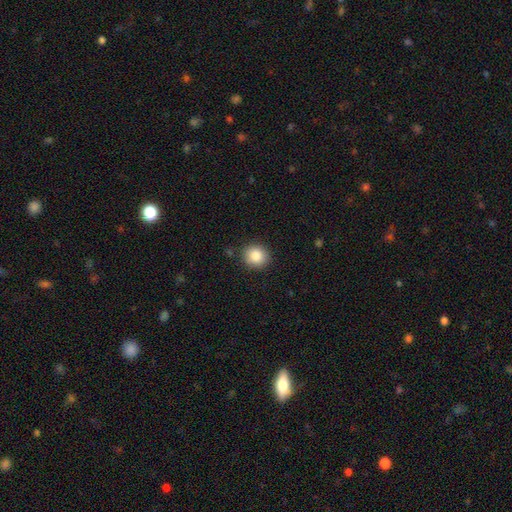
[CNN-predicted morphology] This is clearly a smooth galaxy (86%). How rounded: clearly round (86%). Merging: clearly none (88%).